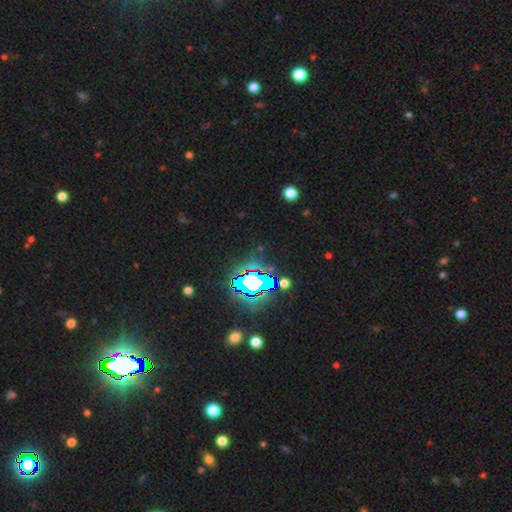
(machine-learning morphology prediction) star or artifact 81%, smooth 11%, featured or disk 8%.